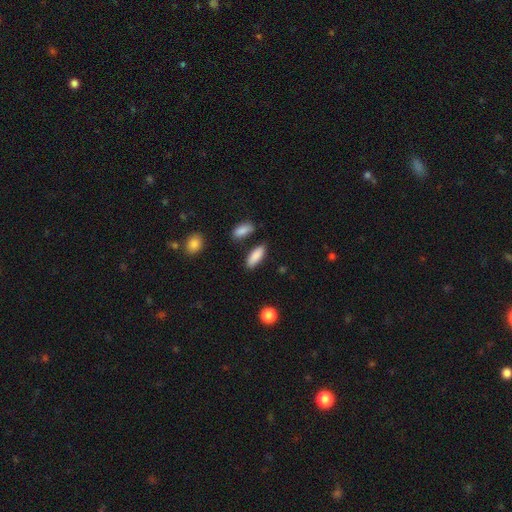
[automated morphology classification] This is clearly a smooth galaxy (88%). How rounded: likely in between (70%). Merging: clearly none (82%).